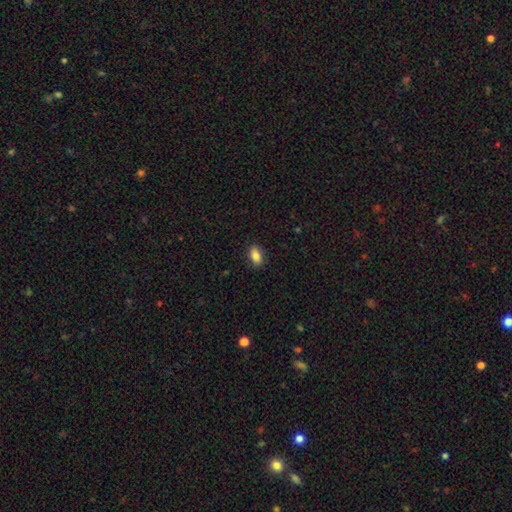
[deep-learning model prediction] Smooth or featured? Predicted: smooth (p=0.86). How rounded? Predicted: in between (p=0.88). Merging? Predicted: none (p=0.88).